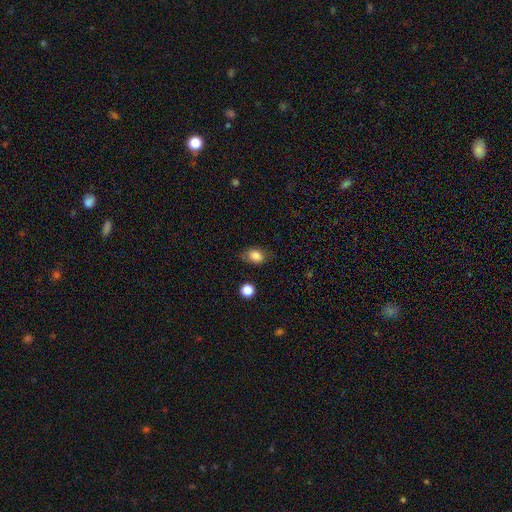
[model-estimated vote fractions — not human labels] smooth_or_featured: smooth (p=0.84) [alt: star or artifact p=0.09]
how_rounded: in between (p=0.71) [alt: round p=0.27]
merging: none (p=0.71) [alt: minor disturbance p=0.21]